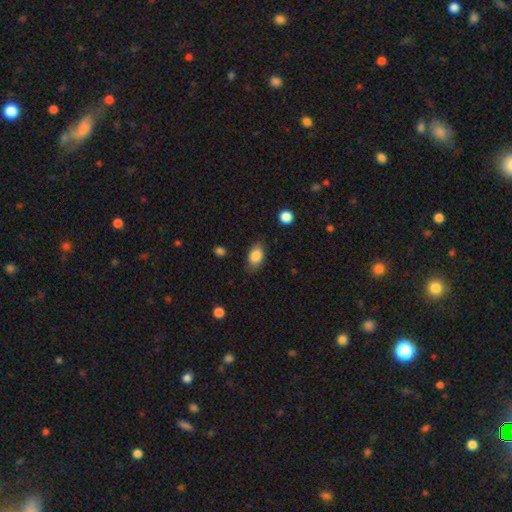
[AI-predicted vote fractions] Smooth or featured: smooth — 84% (featured or disk — 8%)
How rounded: in between — 86% (round — 11%)
Merging: none — 80% (minor disturbance — 15%)